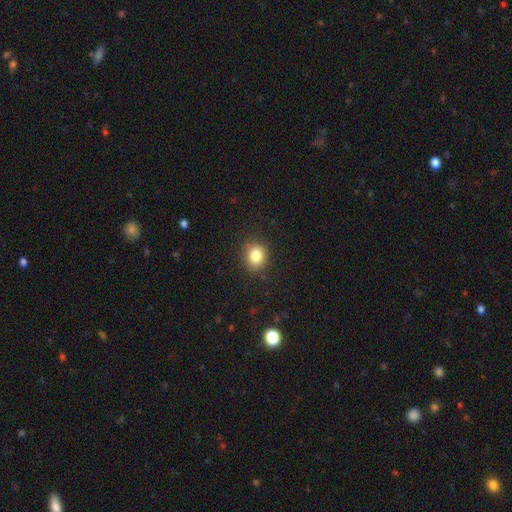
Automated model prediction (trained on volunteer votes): Q: Smooth or featured?
A: smooth (83%); runner-up: star or artifact (11%)
Q: How rounded?
A: round (75%); runner-up: in between (24%)
Q: Merging?
A: none (86%); runner-up: minor disturbance (10%)